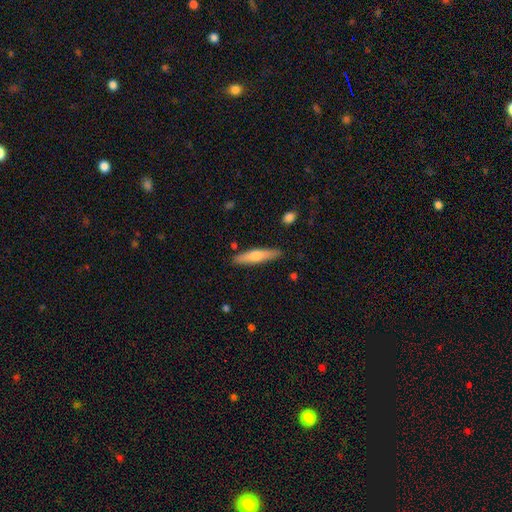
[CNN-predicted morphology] Smooth or featured? smooth (53%)
How rounded? cigar-shaped (83%)
Merging? none (88%)